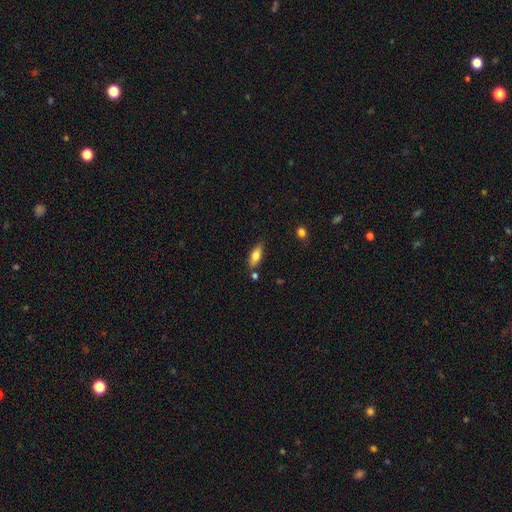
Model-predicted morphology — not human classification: This appears to be a smooth galaxy with no disk features (75%) that is in between round and cigar-shaped (73%). Merging: none (76%).